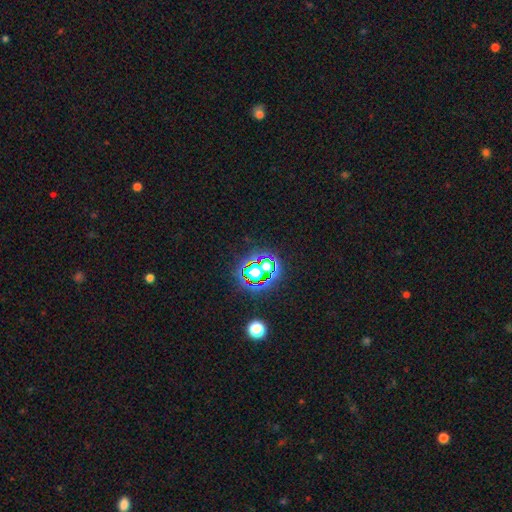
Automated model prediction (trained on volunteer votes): Smooth or featured? Predicted: star or artifact (p=0.77).